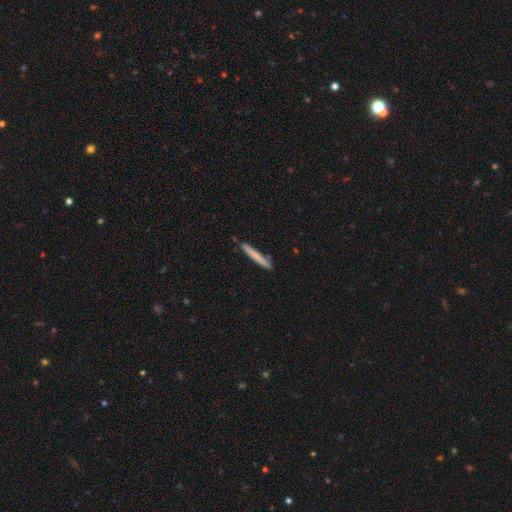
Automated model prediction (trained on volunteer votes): Q: Smooth or featured?
A: smooth (70%); runner-up: featured or disk (25%)
Q: How rounded?
A: cigar-shaped (96%); runner-up: in between (2%)
Q: Merging?
A: none (87%); runner-up: minor disturbance (9%)